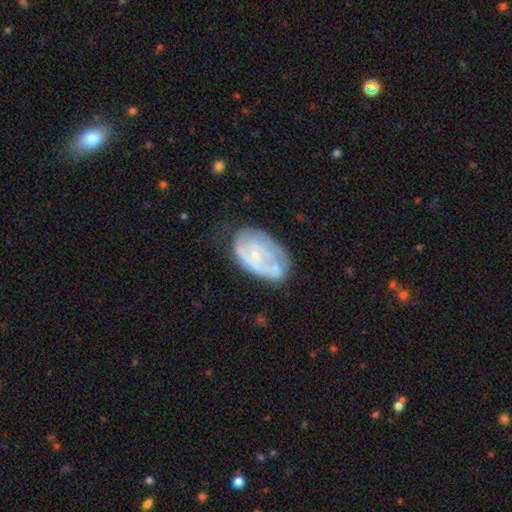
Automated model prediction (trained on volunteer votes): featured or disk 62%, smooth 30%, star or artifact 8%. Down the decision tree: edge-on disk — no (97%); bar — no (75%); spiral arms — no (50%, tied with yes); bulge size — small (68%); merging — none (44%).